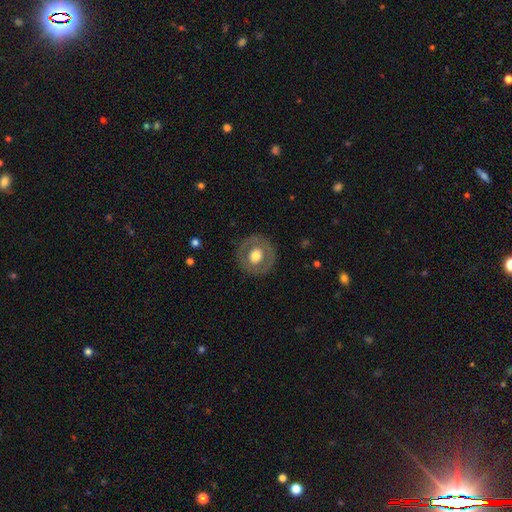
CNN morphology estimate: A smooth galaxy with no disk features (52%) that is round (90%). Merging: none (86%).